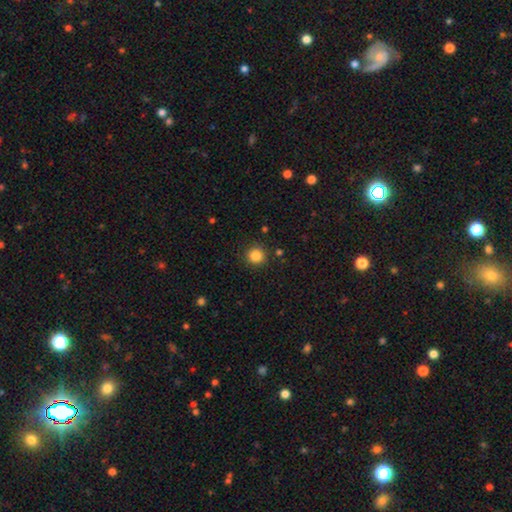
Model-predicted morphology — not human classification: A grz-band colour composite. It shows a smooth galaxy with no disk features (85%) that is round (94%). Merging: none (90%).